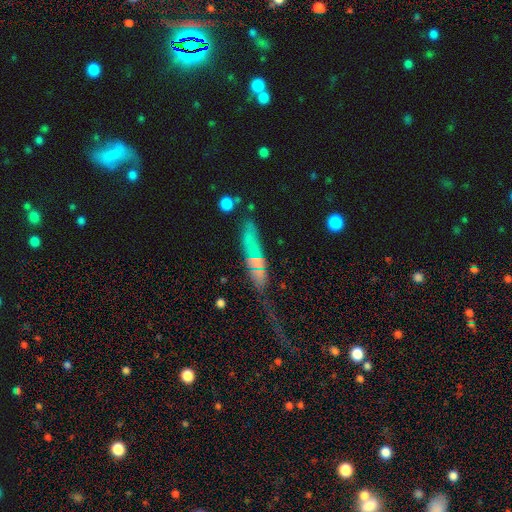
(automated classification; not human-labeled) smooth_or_featured: smooth (p=0.50) [alt: featured or disk p=0.27]
how_rounded: cigar-shaped (p=0.49) [alt: in between p=0.43]
merging: none (p=0.69) [alt: minor disturbance p=0.18]